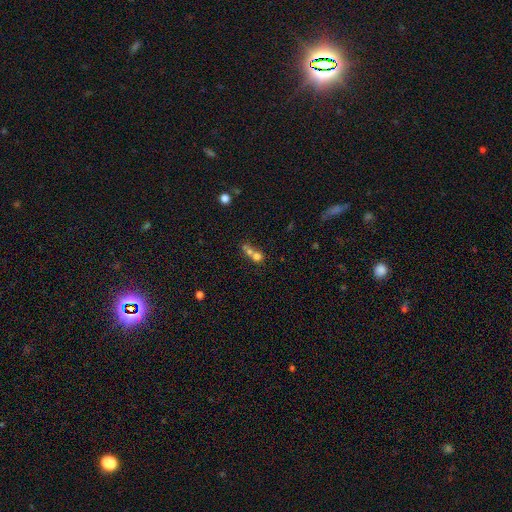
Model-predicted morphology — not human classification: This appears to be a smooth galaxy with no disk features (67%) that is round (75%). Merging: merger (64%).